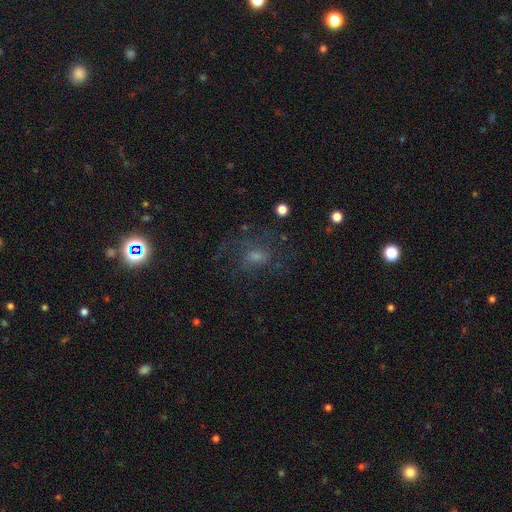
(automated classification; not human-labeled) The model was most divided on "smooth or featured": featured or disk: 51%, smooth: 32%, star or artifact: 17%. More confident: edge-on disk — no (96%); merging — none (55%).